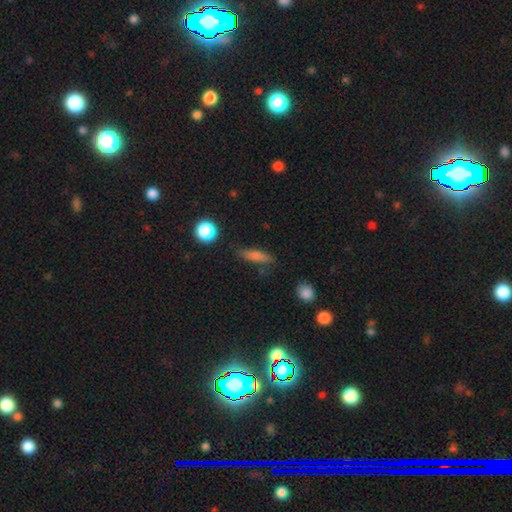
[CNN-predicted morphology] smooth-or-featured: smooth: 72% | featured or disk: 18% | star or artifact: 11%
  how-rounded: cigar-shaped: 67% | in between: 28% | round: 5%
  merging: none: 81% | minor disturbance: 13% | major disturbance: 3% | merger: 2%